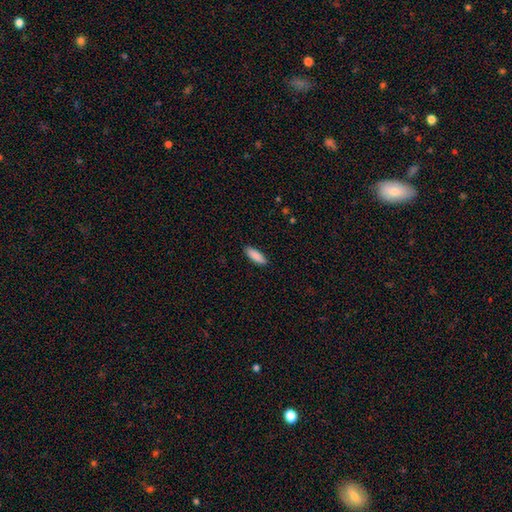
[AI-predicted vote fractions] A smooth galaxy with no disk features (90%) that is in between round and cigar-shaped (58%).

Vote fractions:
- Smooth or featured? smooth: 90% / star or artifact: 6% / featured or disk: 5%
- How rounded? in between: 58% / cigar-shaped: 40% / round: 1%
- Merging? none: 90% / minor disturbance: 8% / major disturbance: 2% / merger: 1%